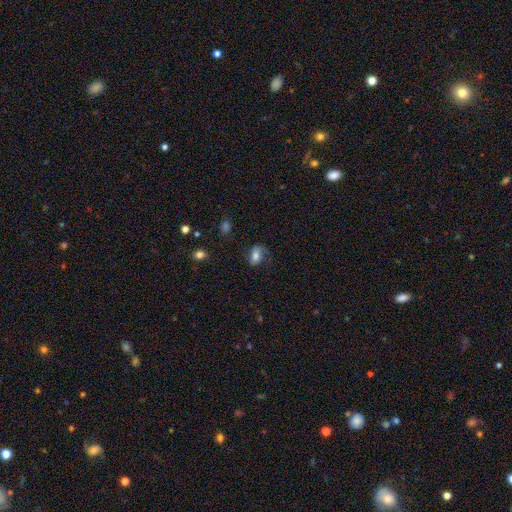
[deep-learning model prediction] A smooth galaxy with no disk features (58%) that is in between round and cigar-shaped (81%).

Vote fractions:
- Smooth or featured? smooth: 58% / featured or disk: 33% / star or artifact: 9%
- How rounded? in between: 81% / round: 16% / cigar-shaped: 2%
- Merging? none: 62% / minor disturbance: 22% / major disturbance: 14% / merger: 2%